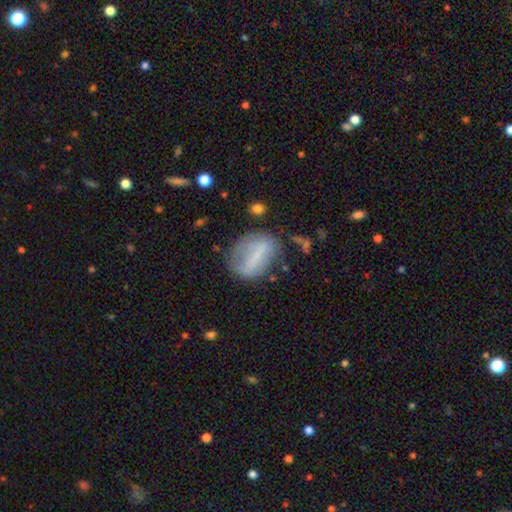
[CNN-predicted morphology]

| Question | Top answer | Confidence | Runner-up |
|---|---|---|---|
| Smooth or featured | smooth | 49% | featured or disk (41%) |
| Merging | none | 57% | minor disturbance (24%) |